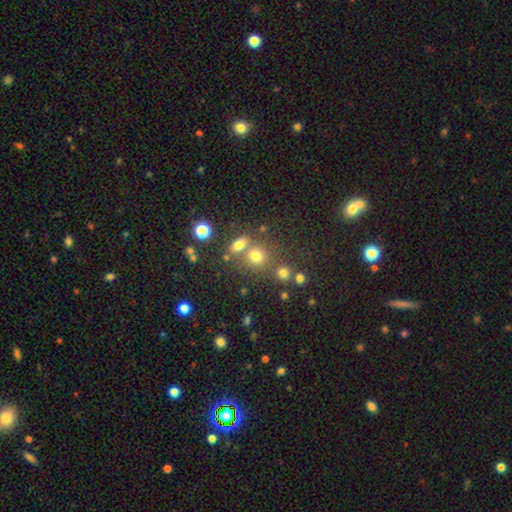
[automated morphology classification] Overall: smooth (70%). How rounded: round (75%). Merging: none (56%; merger 30%).